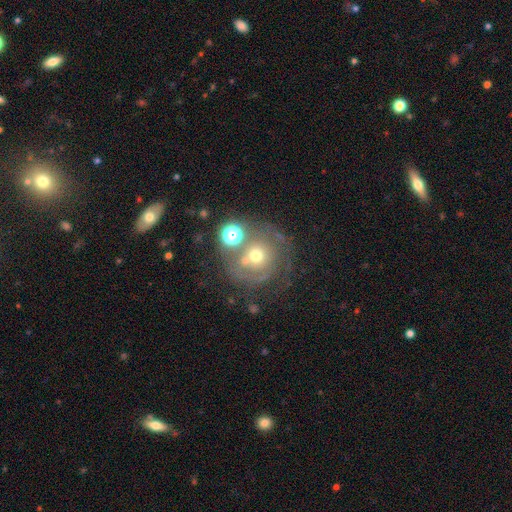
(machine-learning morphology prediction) The model was most divided on "smooth or featured": featured or disk: 45%, smooth: 38%, star or artifact: 18%. Remaining: merging — none (50%).